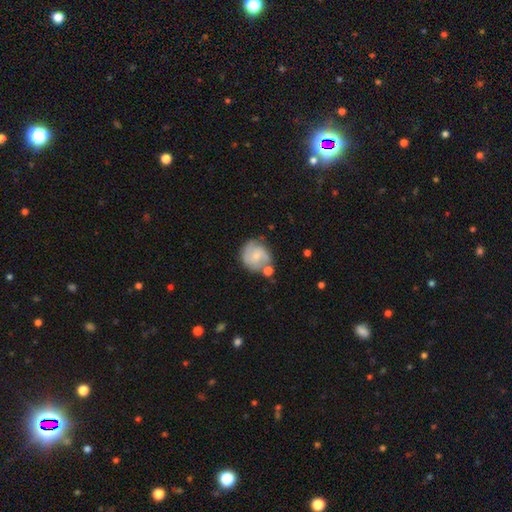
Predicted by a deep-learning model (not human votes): A featured or disk galaxy (61%) with no bar (66%), 2 (59%) medium (45%) spiral arms (85%) and a small central bulge (71%).

Vote fractions:
- Smooth or featured? featured or disk: 61% / smooth: 32% / star or artifact: 7%
- Edge-on disk? no: 98% / yes: 2%
- Bar? no: 66% / weak: 29% / strong: 5%
- Spiral arms? yes: 85% / no: 15%
- Spiral winding? medium: 45% / tight: 37% / loose: 19%
- Spiral arm count? 2: 59% / can't tell: 19% / 3: 13% / 1: 4% / 4: 3% / more than 4: 2%
- Bulge size? small: 71% / moderate: 22% / none: 5% / large: 1% / dominant: 1%
- Merging? none: 56% / minor disturbance: 22% / merger: 15% / major disturbance: 8%